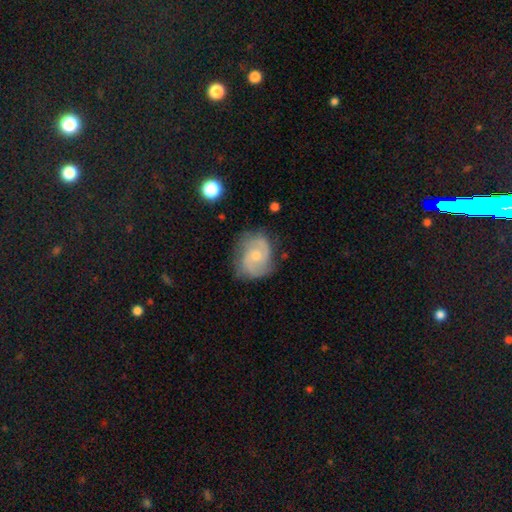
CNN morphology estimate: Q: Smooth or featured?
A: featured or disk (73%); runner-up: smooth (20%)
Q: Edge-on disk?
A: no (98%); runner-up: yes (2%)
Q: Bar?
A: no (63%); runner-up: weak (32%)
Q: Spiral arms?
A: yes (92%); runner-up: no (8%)
Q: Spiral winding?
A: medium (48%); runner-up: tight (35%)
Q: Spiral arm count?
A: 2 (81%); runner-up: can't tell (10%)
Q: Bulge size?
A: small (50%); runner-up: moderate (45%)
Q: Merging?
A: none (70%); runner-up: minor disturbance (21%)